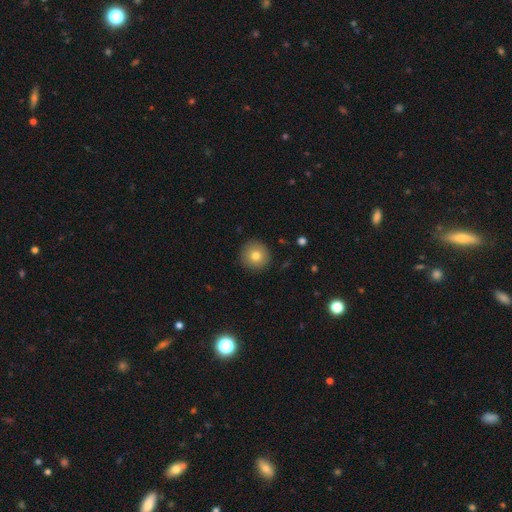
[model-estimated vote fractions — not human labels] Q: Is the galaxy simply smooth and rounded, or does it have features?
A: smooth — 78%.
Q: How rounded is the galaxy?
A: round — 96%.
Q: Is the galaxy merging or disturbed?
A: none — 91%.